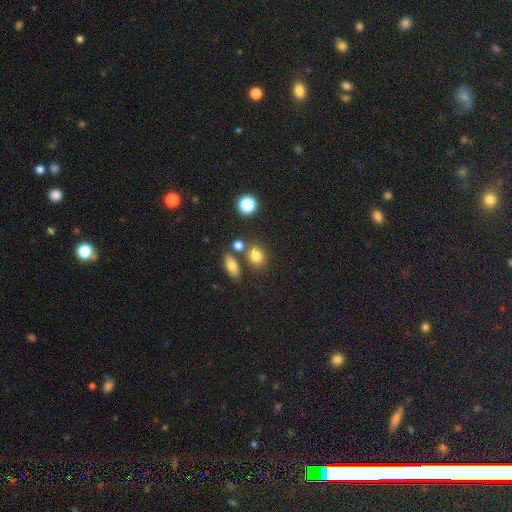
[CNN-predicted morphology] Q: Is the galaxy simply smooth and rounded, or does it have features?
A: smooth — 77%.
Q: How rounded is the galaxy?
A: round — 57%.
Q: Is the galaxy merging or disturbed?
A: none — 68%.